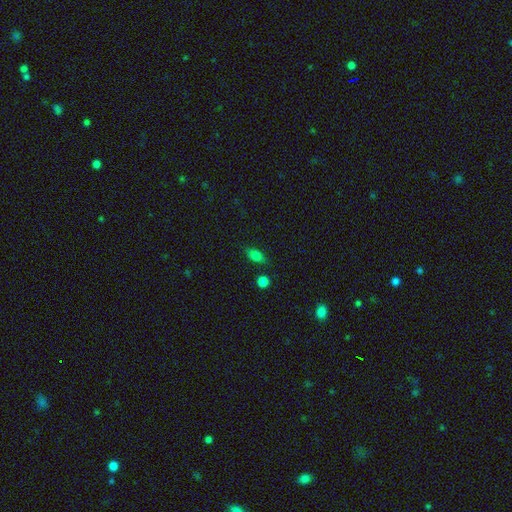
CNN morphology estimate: smooth_or_featured: smooth (p=0.78) [alt: star or artifact p=0.13]
how_rounded: in between (p=0.81) [alt: round p=0.11]
merging: none (p=0.76) [alt: minor disturbance p=0.16]